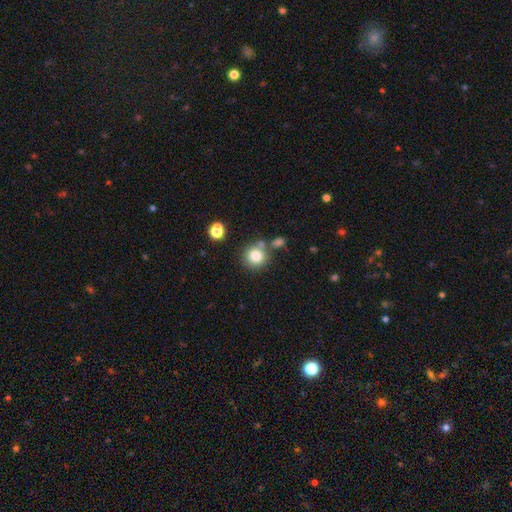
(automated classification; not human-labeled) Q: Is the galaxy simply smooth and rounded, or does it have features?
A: smooth — 81%.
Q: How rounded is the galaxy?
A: round — 91%.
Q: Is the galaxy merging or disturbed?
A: none — 70%.